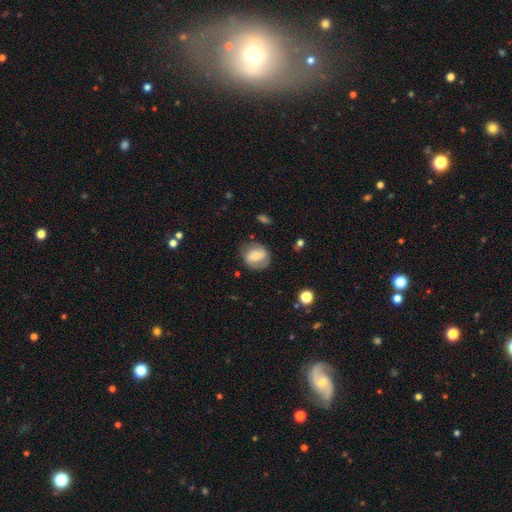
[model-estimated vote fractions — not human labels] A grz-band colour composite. It shows a smooth galaxy with no disk features (56%) that is round (62%). Merging: none (71%).